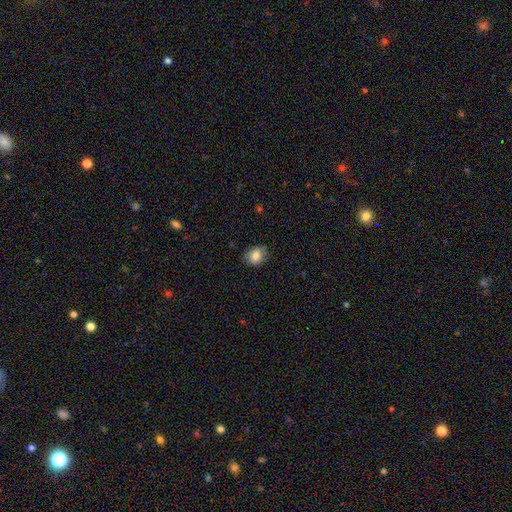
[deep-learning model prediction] This is clearly a smooth galaxy (83%). How rounded: likely in between (63%). Merging: clearly none (82%).